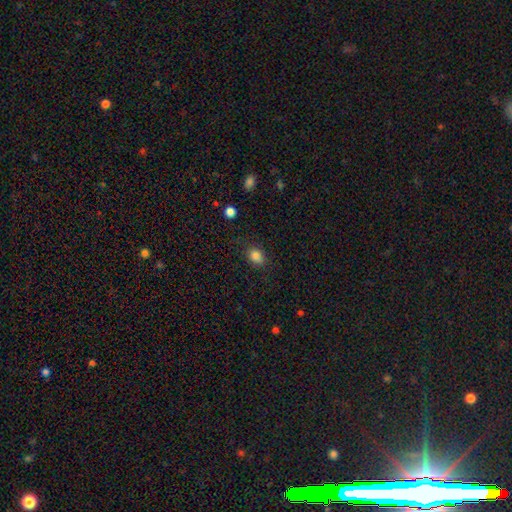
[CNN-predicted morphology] Smooth or featured? Predicted: smooth (p=0.84). How rounded? Predicted: in between (p=0.55). Merging? Predicted: none (p=0.80).